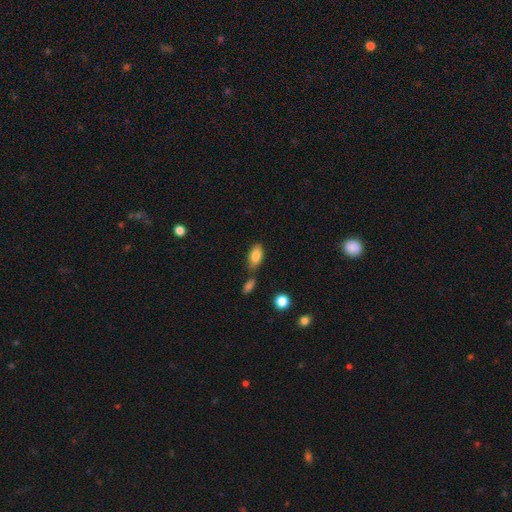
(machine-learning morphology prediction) A smooth galaxy with no disk features (82%) that is in between round and cigar-shaped (90%).

Vote fractions:
- Smooth or featured? smooth: 82% / featured or disk: 10% / star or artifact: 8%
- How rounded? in between: 90% / cigar-shaped: 5% / round: 4%
- Merging? none: 65% / minor disturbance: 16% / merger: 16% / major disturbance: 4%